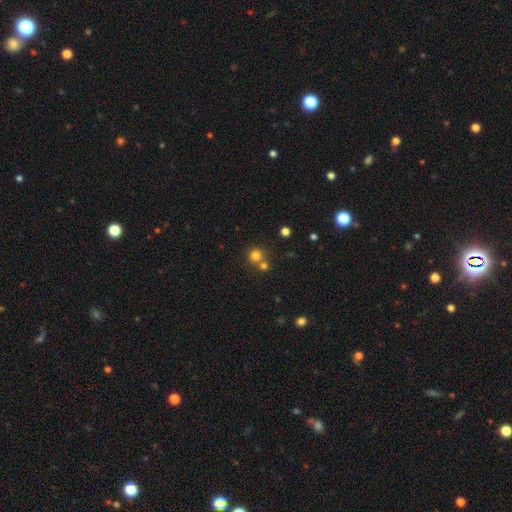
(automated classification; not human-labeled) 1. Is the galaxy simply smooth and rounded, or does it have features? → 77% smooth, 15% star or artifact, 8% featured or disk.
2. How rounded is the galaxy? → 92% round, 7% in between, 1% cigar-shaped.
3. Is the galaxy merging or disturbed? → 62% none, 29% merger, 6% minor disturbance, 2% major disturbance.